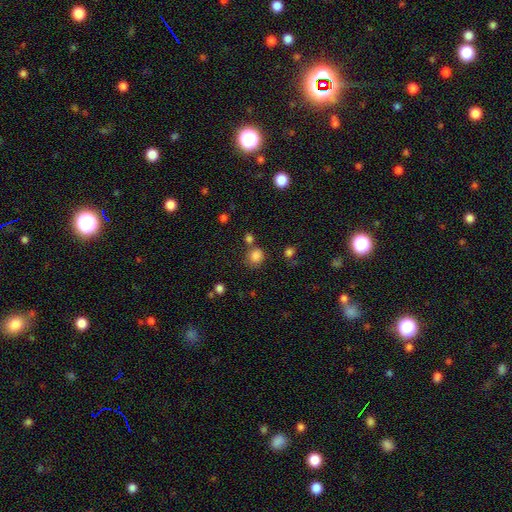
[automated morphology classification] A smooth galaxy with no disk features (83%) that is round (77%). Merging: none (66%).